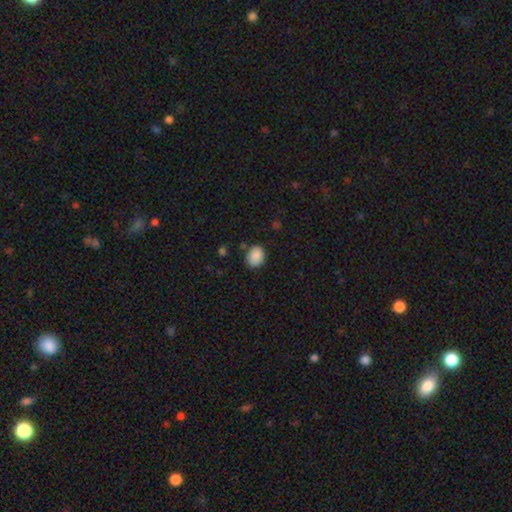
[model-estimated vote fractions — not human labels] Q: Smooth or featured?
A: smooth (88%); runner-up: star or artifact (8%)
Q: How rounded?
A: in between (56%); runner-up: round (43%)
Q: Merging?
A: none (77%); runner-up: minor disturbance (16%)